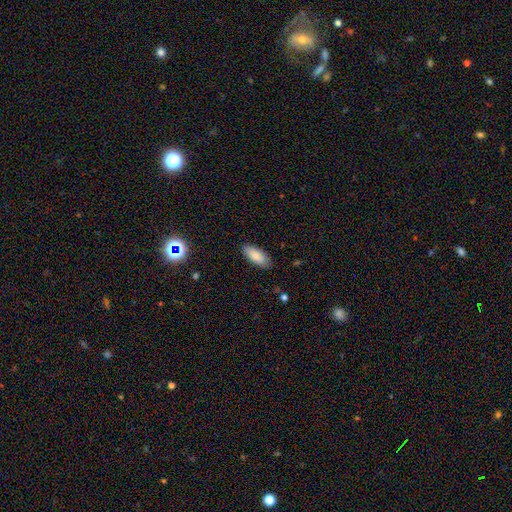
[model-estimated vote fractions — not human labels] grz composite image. It shows a smooth galaxy with no disk features (86%) that is in between round and cigar-shaped (85%). Merging: none (86%).